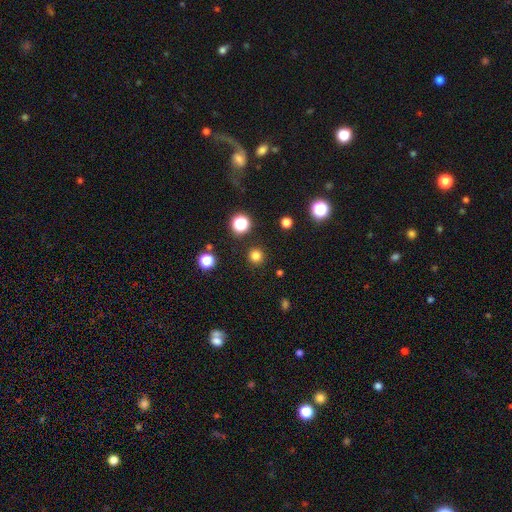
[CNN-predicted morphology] smooth_or_featured: smooth (p=0.79) [alt: star or artifact p=0.17]
how_rounded: round (p=0.95) [alt: in between p=0.04]
merging: none (p=0.91) [alt: minor disturbance p=0.05]